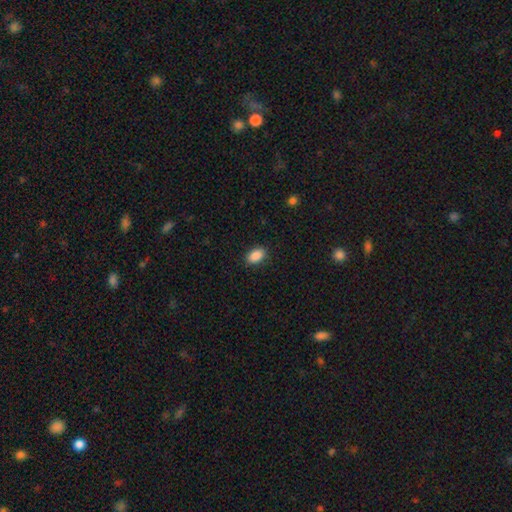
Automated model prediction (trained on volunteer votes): This appears to be a smooth galaxy with no disk features (88%) that is in between round and cigar-shaped (89%). Merging: none (88%).